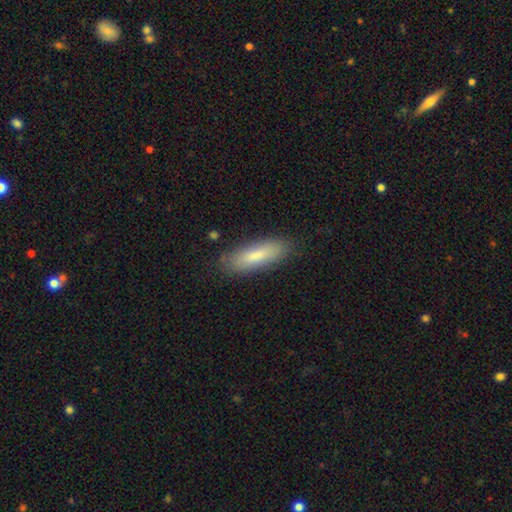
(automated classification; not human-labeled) Smooth or featured? Predicted: smooth (p=0.81). How rounded? Predicted: cigar-shaped (p=0.50). Merging? Predicted: none (p=0.84).